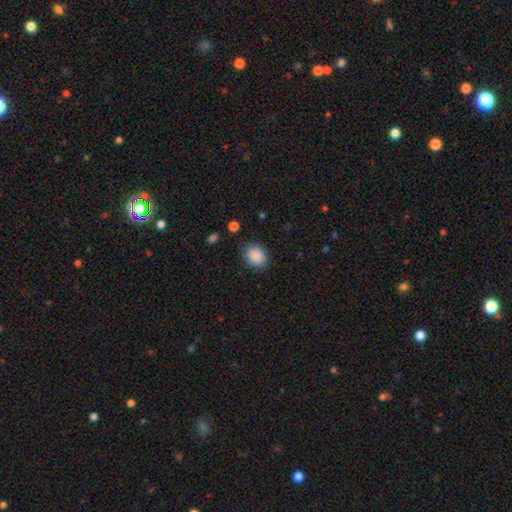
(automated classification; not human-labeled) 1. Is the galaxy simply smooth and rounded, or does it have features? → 88% smooth, 9% star or artifact, 3% featured or disk.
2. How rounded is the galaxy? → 59% round, 40% in between, 1% cigar-shaped.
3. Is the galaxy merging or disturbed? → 85% none, 10% minor disturbance, 3% major disturbance, 1% merger.